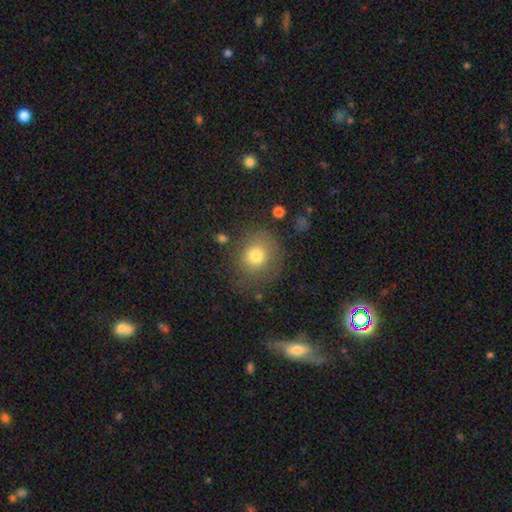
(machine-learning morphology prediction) This is likely a smooth galaxy (76%). How rounded: clearly round (81%). Merging: likely none (72%).